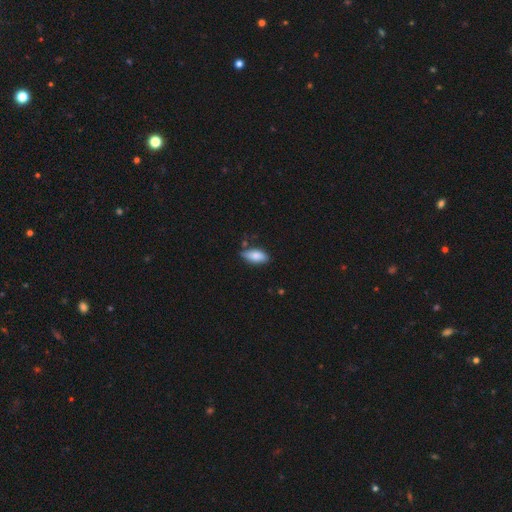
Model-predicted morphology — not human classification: This is clearly a smooth galaxy (83%). How rounded: clearly in between (85%). Merging: likely none (70%).